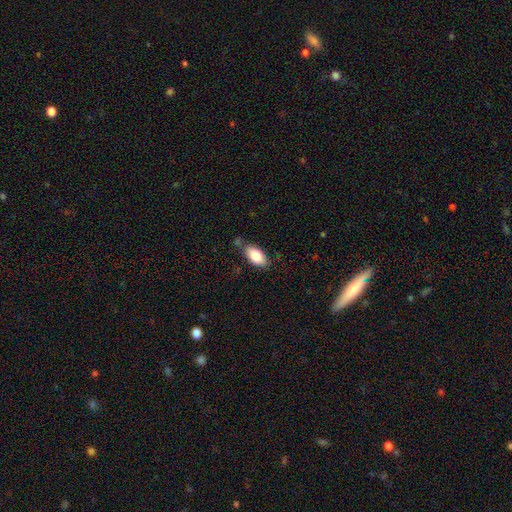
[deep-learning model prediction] This appears to be a smooth galaxy with no disk features (83%) that is in between round and cigar-shaped (92%). Merging: none (73%).